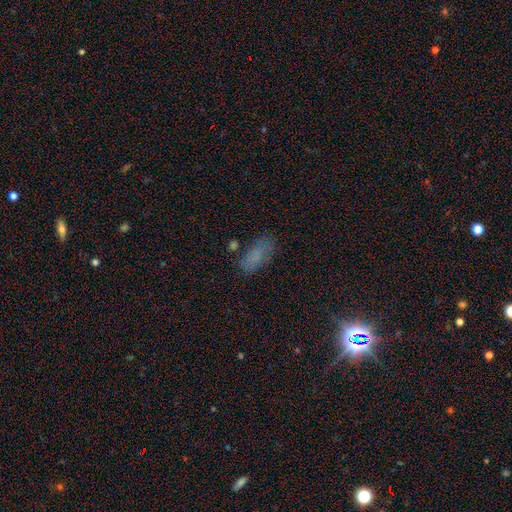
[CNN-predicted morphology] smooth-or-featured: smooth: 65% | star or artifact: 21% | featured or disk: 14%
  how-rounded: in between: 84% | cigar-shaped: 12% | round: 4%
  merging: none: 69% | minor disturbance: 20% | major disturbance: 8% | merger: 4%